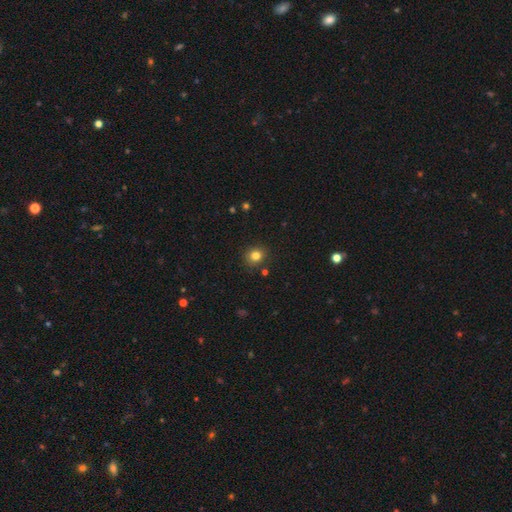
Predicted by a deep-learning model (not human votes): Smooth or featured: smooth — 81% (star or artifact — 13%)
How rounded: round — 84% (in between — 16%)
Merging: none — 88% (minor disturbance — 8%)